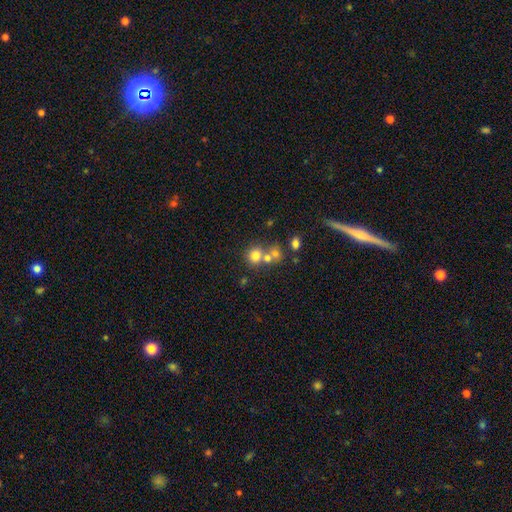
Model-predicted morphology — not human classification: Smooth or featured?
  - smooth: 73% *
  - star or artifact: 14%
  - featured or disk: 13%
How rounded?
  - round: 82% *
  - in between: 17%
  - cigar-shaped: 1%
Merging?
  - none: 47% *
  - merger: 41%
  - minor disturbance: 8%
  - major disturbance: 4%